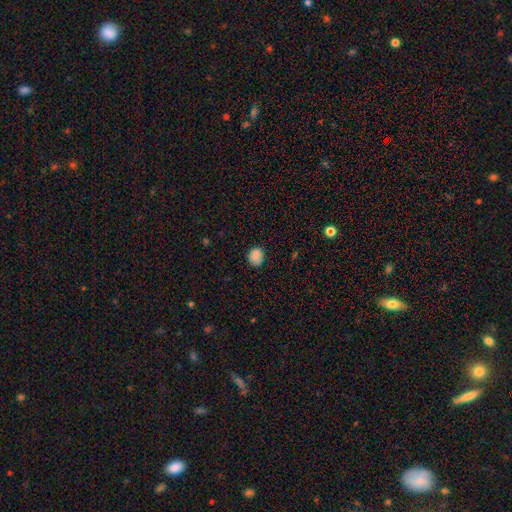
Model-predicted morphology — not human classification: smooth-or-featured: smooth: 86% | star or artifact: 10% | featured or disk: 4%
  how-rounded: round: 69% | in between: 30% | cigar-shaped: 1%
  merging: none: 80% | minor disturbance: 16% | major disturbance: 3% | merger: 1%